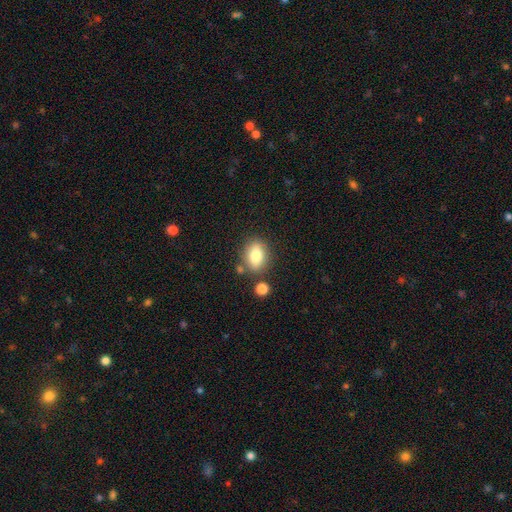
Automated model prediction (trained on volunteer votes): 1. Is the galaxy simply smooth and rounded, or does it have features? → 79% smooth, 12% featured or disk, 9% star or artifact.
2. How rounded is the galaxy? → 74% in between, 23% round, 2% cigar-shaped.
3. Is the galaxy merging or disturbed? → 75% none, 13% minor disturbance, 8% merger, 4% major disturbance.